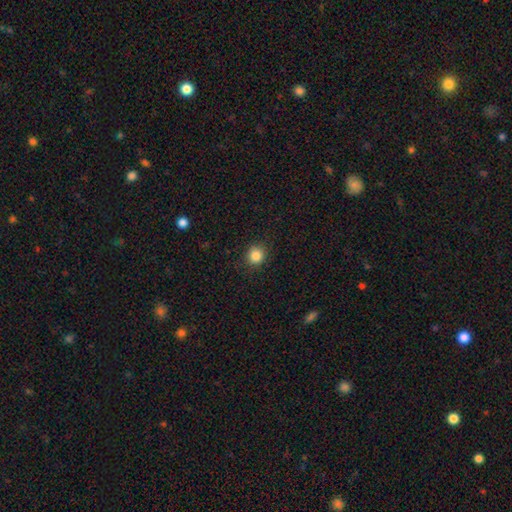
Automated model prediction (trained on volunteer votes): smooth_or_featured: smooth (p=0.85) [alt: star or artifact p=0.11]
how_rounded: round (p=0.88) [alt: in between p=0.11]
merging: none (p=0.88) [alt: minor disturbance p=0.08]